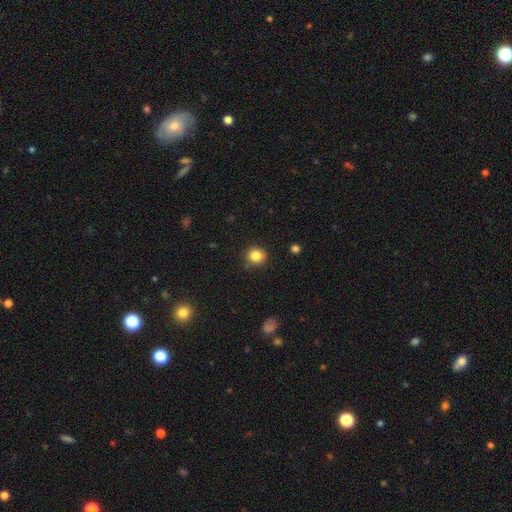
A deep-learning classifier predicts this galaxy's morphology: smooth_or_featured: smooth (p=0.84) [alt: star or artifact p=0.11]
how_rounded: round (p=0.86) [alt: in between p=0.14]
merging: none (p=0.88) [alt: minor disturbance p=0.08]